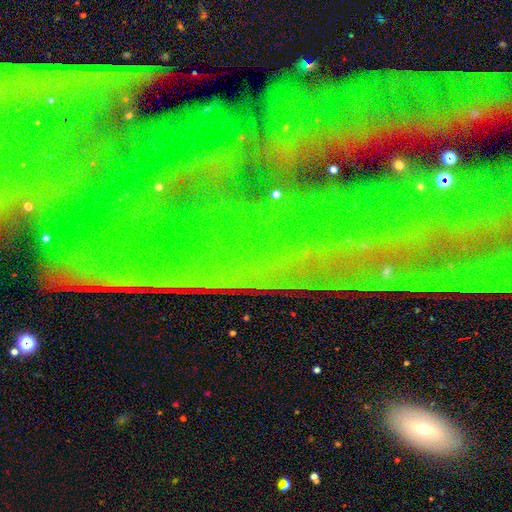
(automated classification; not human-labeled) This appears to be a star or artifact, not a galaxy (80%).